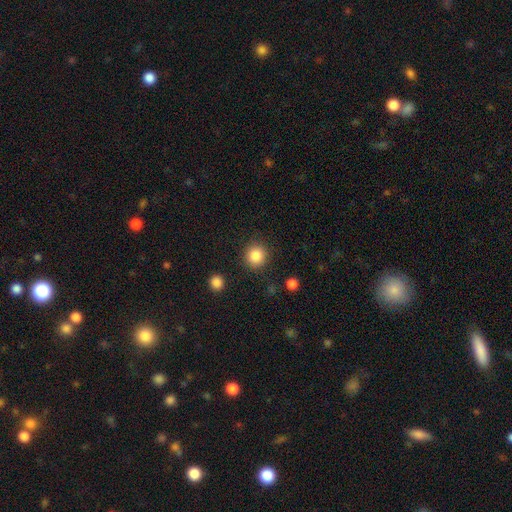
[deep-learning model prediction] Morphology: type=smooth (86%); roundness=round (91%); merging=none (88%).